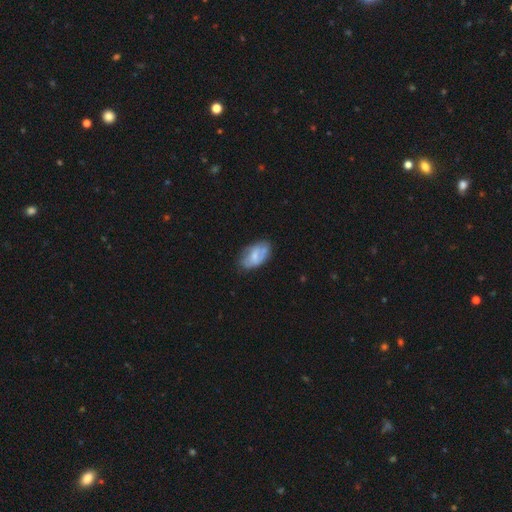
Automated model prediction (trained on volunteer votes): smooth_or_featured: smooth (p=0.48) [alt: featured or disk p=0.45]
merging: none (p=0.59) [alt: minor disturbance p=0.28]